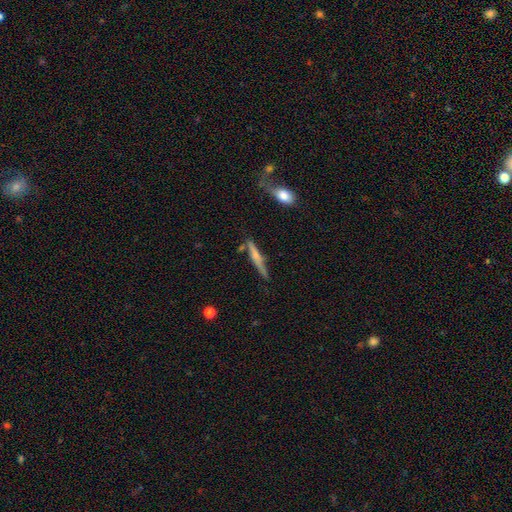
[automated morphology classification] Smooth or featured? featured or disk (50%)
Merging? none (72%)